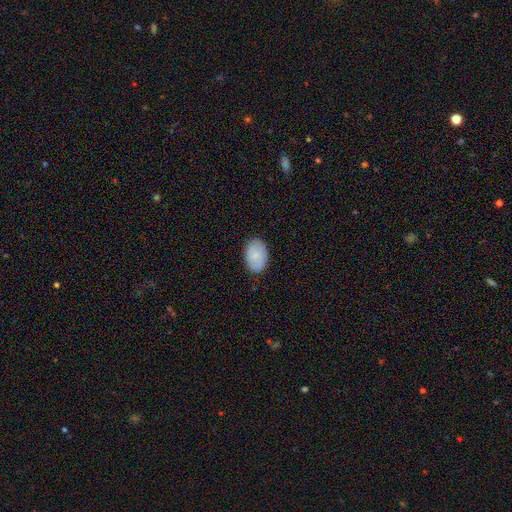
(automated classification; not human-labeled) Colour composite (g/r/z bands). It shows a smooth galaxy with no disk features (81%) that is in between round and cigar-shaped (88%). Merging: none (86%).